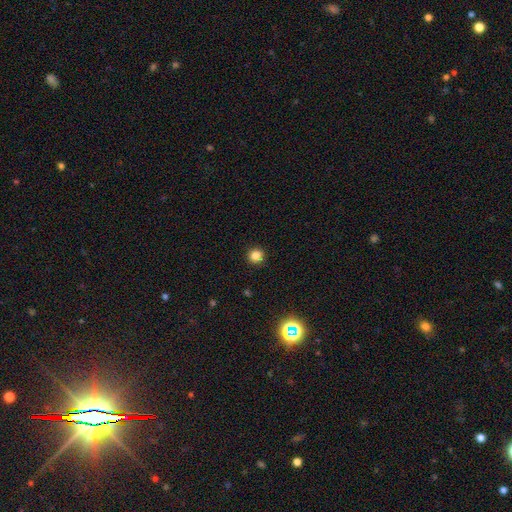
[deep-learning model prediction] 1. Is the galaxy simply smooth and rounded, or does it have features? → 82% smooth, 13% star or artifact, 4% featured or disk.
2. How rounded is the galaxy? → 94% round, 5% in between, 1% cigar-shaped.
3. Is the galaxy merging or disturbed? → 92% none, 5% minor disturbance, 2% major disturbance, 1% merger.